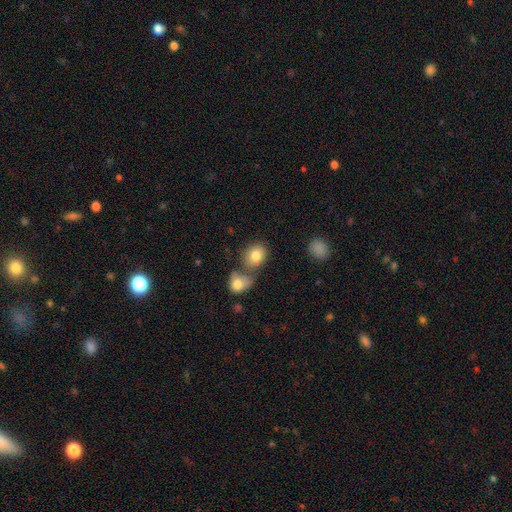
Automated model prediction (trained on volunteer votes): Q: Smooth or featured?
A: smooth (82%); runner-up: featured or disk (10%)
Q: How rounded?
A: round (56%); runner-up: in between (43%)
Q: Merging?
A: none (50%); runner-up: merger (34%)